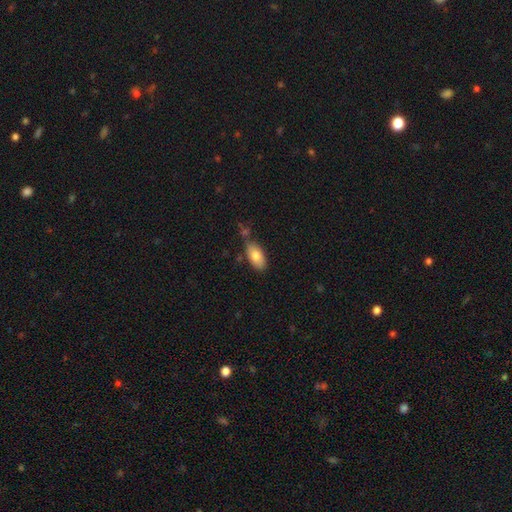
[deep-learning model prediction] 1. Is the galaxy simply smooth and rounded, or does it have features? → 81% smooth, 13% featured or disk, 7% star or artifact.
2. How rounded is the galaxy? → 91% in between, 6% cigar-shaped, 3% round.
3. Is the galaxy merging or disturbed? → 69% none, 18% minor disturbance, 9% merger, 4% major disturbance.